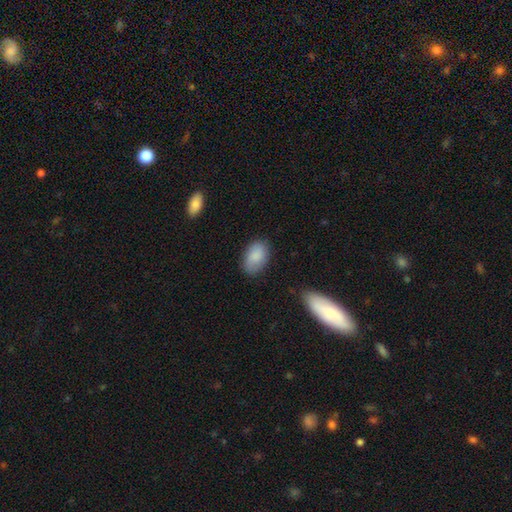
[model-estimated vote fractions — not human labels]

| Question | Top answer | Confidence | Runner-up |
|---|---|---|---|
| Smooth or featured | smooth | 86% | featured or disk (7%) |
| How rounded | in between | 91% | round (8%) |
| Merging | none | 80% | minor disturbance (15%) |